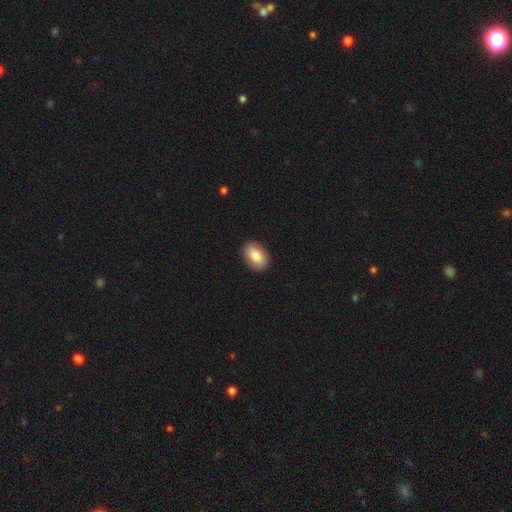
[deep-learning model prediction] Smooth or featured?
  - smooth: 84% *
  - featured or disk: 10%
  - star or artifact: 7%
How rounded?
  - in between: 88% *
  - round: 11%
  - cigar-shaped: 1%
Merging?
  - none: 90% *
  - minor disturbance: 8%
  - major disturbance: 2%
  - merger: 1%